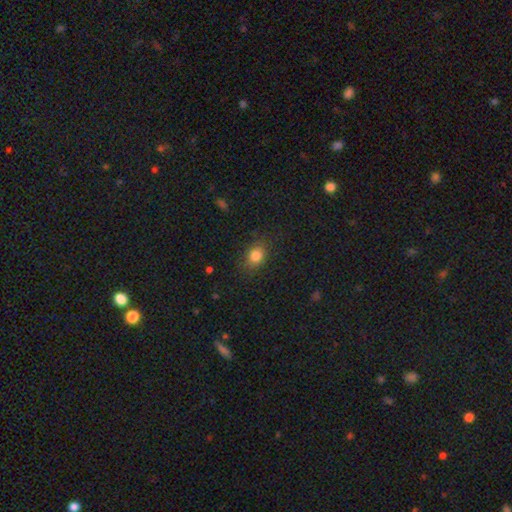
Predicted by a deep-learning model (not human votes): Morphology: type=smooth (82%); roundness=in between (53%); merging=none (82%).